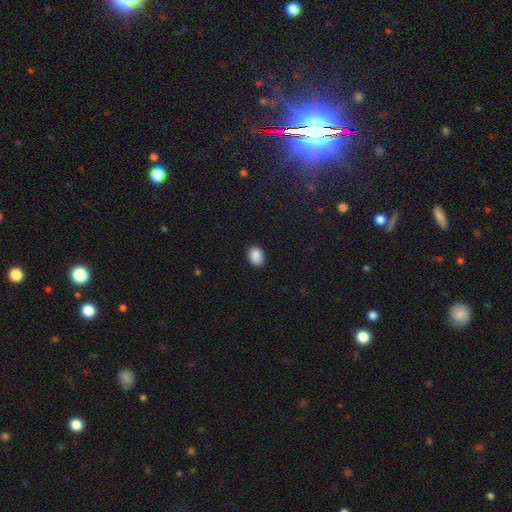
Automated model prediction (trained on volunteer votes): The model was most divided on "how rounded": in between: 68%, round: 31%, cigar-shaped: 1%. More confident: smooth or featured — smooth (90%); merging — none (89%).